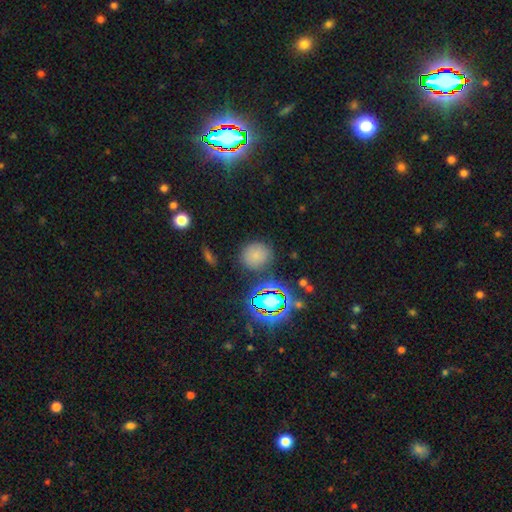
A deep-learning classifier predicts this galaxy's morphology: This is likely a smooth galaxy (71%). How rounded: clearly round (85%). Merging: clearly none (81%).